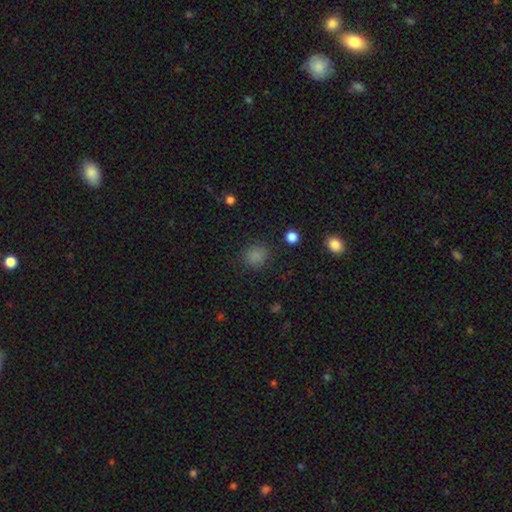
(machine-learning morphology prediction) This appears to be a smooth galaxy with no disk features (82%) that is round (83%). Merging: none (86%).